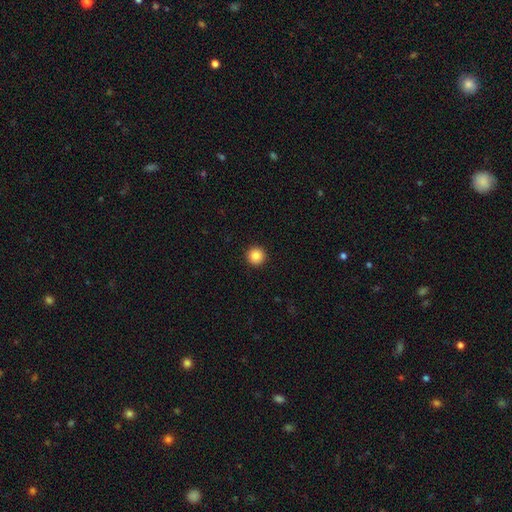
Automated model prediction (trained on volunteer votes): Smooth or featured? smooth (86%)
How rounded? round (96%)
Merging? none (94%)